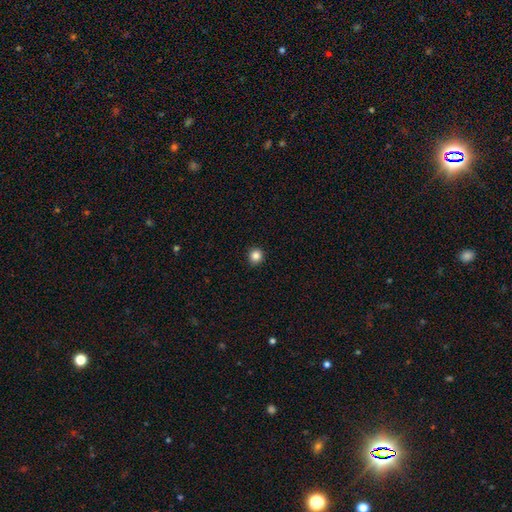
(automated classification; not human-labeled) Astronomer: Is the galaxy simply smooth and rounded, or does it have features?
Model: smooth — 85%.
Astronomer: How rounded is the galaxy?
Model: round — 91%.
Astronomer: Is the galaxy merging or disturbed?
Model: none — 92%.